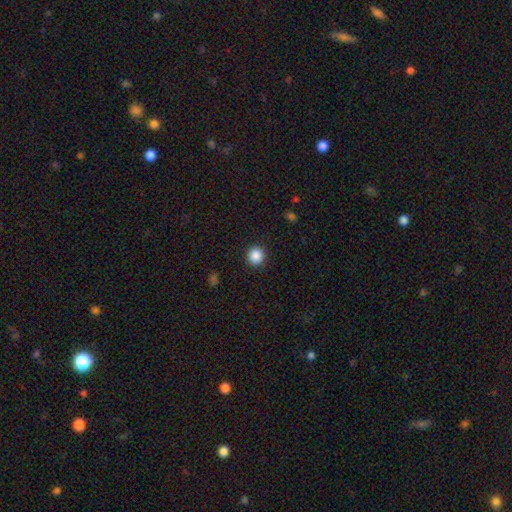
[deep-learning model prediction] Q: Smooth or featured?
A: smooth (87%); runner-up: star or artifact (10%)
Q: How rounded?
A: round (92%); runner-up: in between (7%)
Q: Merging?
A: none (91%); runner-up: minor disturbance (6%)